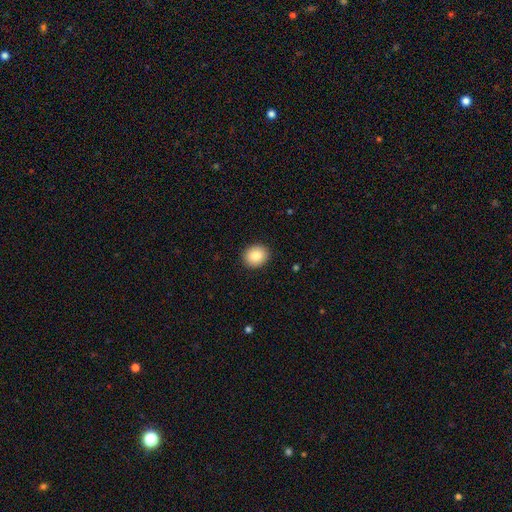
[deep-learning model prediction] Morphology: type=smooth (85%); roundness=round (70%); merging=none (91%).